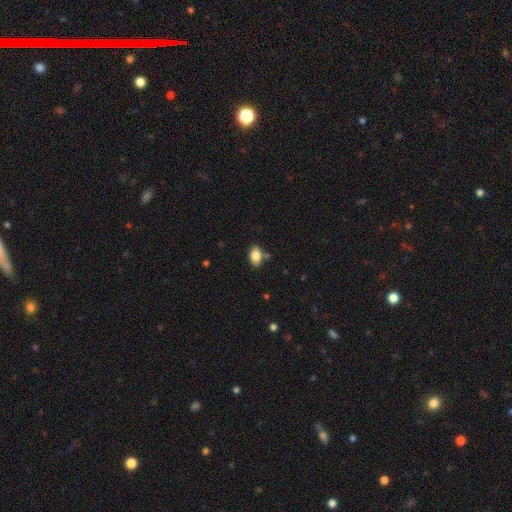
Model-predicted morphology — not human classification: Smooth or featured?
  - smooth: 84% *
  - star or artifact: 8%
  - featured or disk: 8%
How rounded?
  - in between: 87% *
  - round: 12%
  - cigar-shaped: 1%
Merging?
  - none: 77% *
  - minor disturbance: 13%
  - merger: 7%
  - major disturbance: 3%